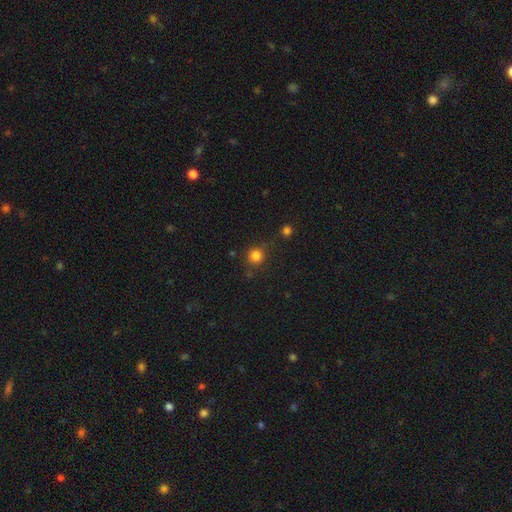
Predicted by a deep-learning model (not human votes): A smooth galaxy with no disk features (82%) that is round (92%). Merging: none (79%).